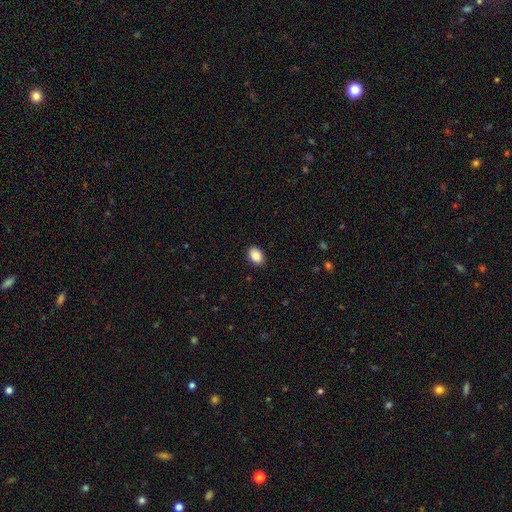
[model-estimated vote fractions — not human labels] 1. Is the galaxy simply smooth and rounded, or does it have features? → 90% smooth, 8% star or artifact, 3% featured or disk.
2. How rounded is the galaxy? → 80% in between, 19% round, 1% cigar-shaped.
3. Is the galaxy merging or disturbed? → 88% none, 9% minor disturbance, 2% major disturbance, 1% merger.